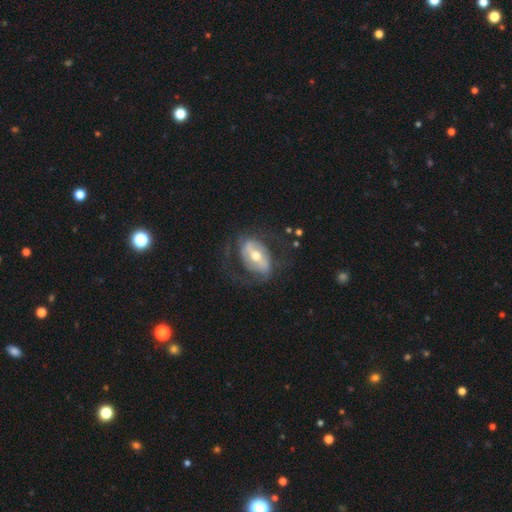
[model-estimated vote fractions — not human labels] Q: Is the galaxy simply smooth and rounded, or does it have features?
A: featured or disk — 77%.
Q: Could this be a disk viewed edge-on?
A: no — 93%.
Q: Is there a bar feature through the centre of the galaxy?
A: strong — 54%.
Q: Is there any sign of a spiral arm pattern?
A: yes — 77%.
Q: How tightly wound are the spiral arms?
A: medium — 45%.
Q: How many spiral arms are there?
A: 2 — 80%.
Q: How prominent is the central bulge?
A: moderate — 67%.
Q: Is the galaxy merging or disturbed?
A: none — 62%.